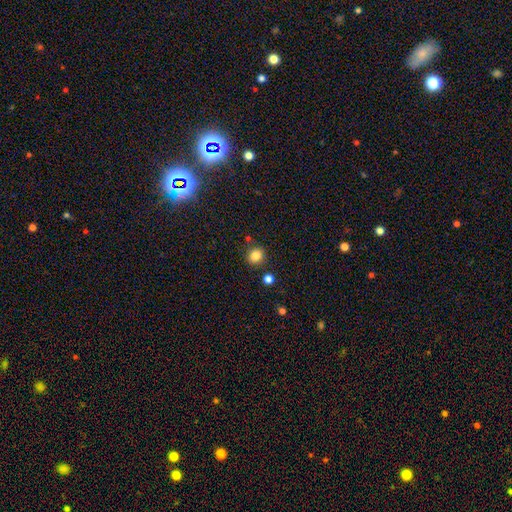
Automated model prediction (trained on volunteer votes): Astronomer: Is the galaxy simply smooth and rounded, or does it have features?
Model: smooth — 84%.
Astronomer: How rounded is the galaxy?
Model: round — 81%.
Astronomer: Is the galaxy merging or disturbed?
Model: none — 83%.